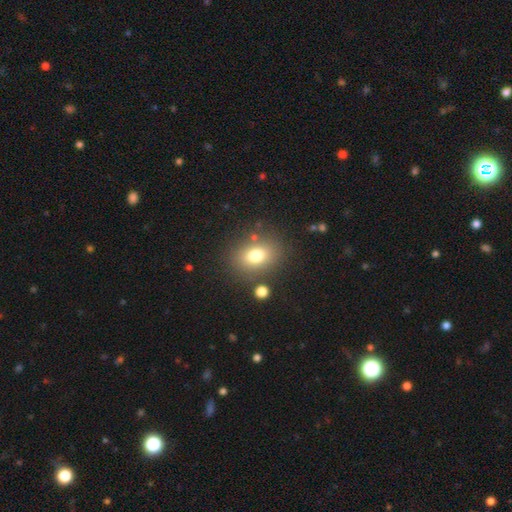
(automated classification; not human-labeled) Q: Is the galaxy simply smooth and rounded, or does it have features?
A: smooth — 76%.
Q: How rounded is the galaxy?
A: in between — 60%.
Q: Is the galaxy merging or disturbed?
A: none — 79%.